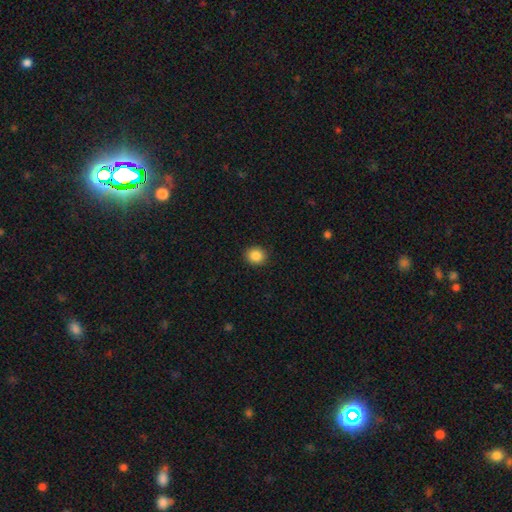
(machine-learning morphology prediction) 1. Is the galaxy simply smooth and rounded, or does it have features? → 86% smooth, 10% star or artifact, 4% featured or disk.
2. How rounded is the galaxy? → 81% round, 18% in between, 1% cigar-shaped.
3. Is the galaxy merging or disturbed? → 91% none, 6% minor disturbance, 2% major disturbance, 1% merger.